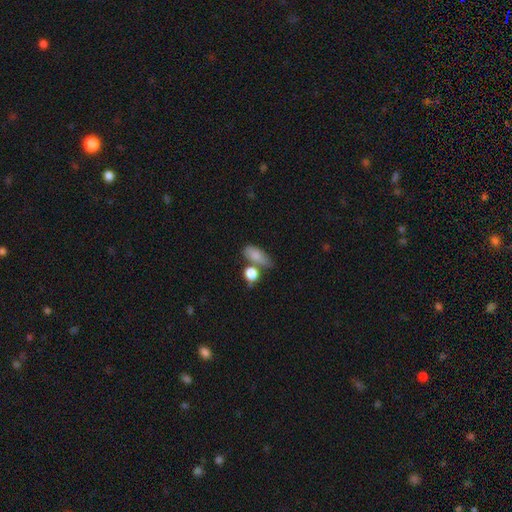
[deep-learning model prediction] Overall: smooth (78%). How rounded: in between (76%). Merging: none (41%; merger 26%).